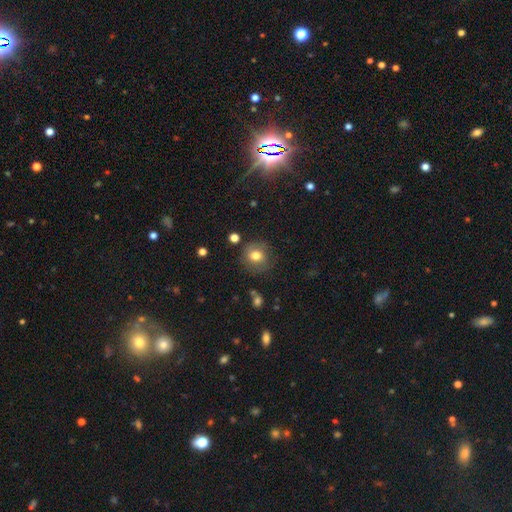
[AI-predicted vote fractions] A smooth galaxy with no disk features (76%) that is round (86%).

Vote fractions:
- Smooth or featured? smooth: 76% / featured or disk: 13% / star or artifact: 11%
- How rounded? round: 86% / in between: 13% / cigar-shaped: 1%
- Merging? none: 78% / minor disturbance: 15% / major disturbance: 5% / merger: 2%